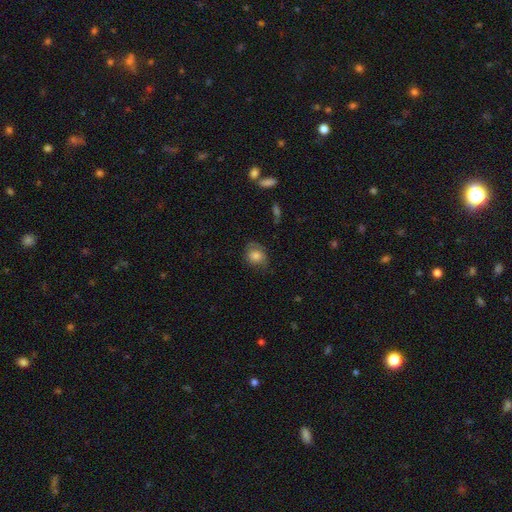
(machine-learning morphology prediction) Overall: smooth (71%). How rounded: round (58%; in between 41%). Merging: none (60%; minor disturbance 28%).